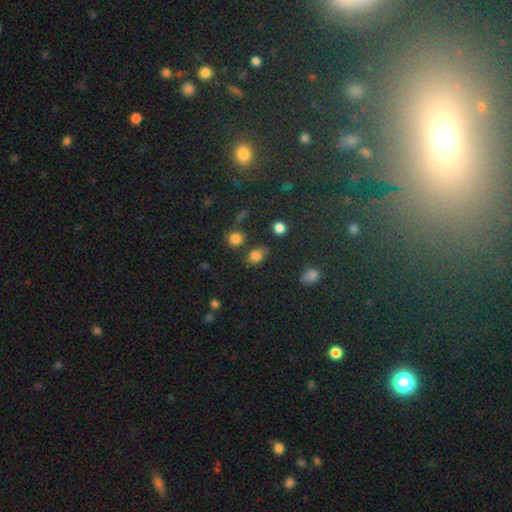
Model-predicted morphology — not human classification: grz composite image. It shows a smooth galaxy with no disk features (77%) that is in between round and cigar-shaped (59%). Merging: none (66%).